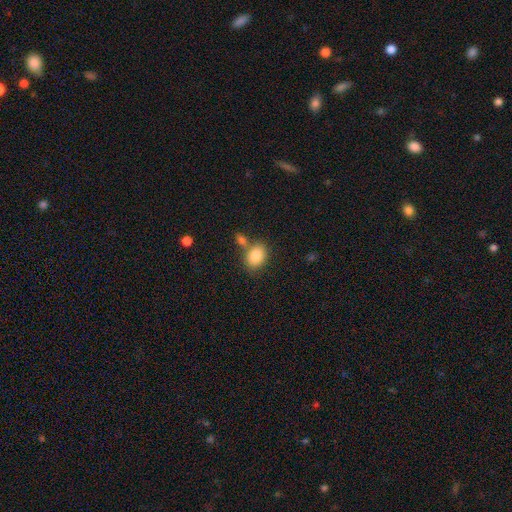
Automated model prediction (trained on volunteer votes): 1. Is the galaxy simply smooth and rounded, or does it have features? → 84% smooth, 8% star or artifact, 7% featured or disk.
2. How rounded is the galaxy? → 71% in between, 28% round, 1% cigar-shaped.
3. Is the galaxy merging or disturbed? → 62% none, 21% merger, 13% minor disturbance, 4% major disturbance.